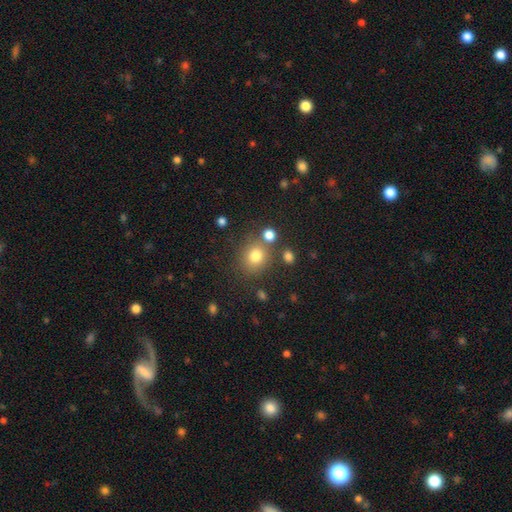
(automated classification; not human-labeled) smooth_or_featured: smooth (p=0.78) [alt: star or artifact p=0.14]
how_rounded: round (p=0.80) [alt: in between p=0.19]
merging: none (p=0.74) [alt: merger p=0.11]